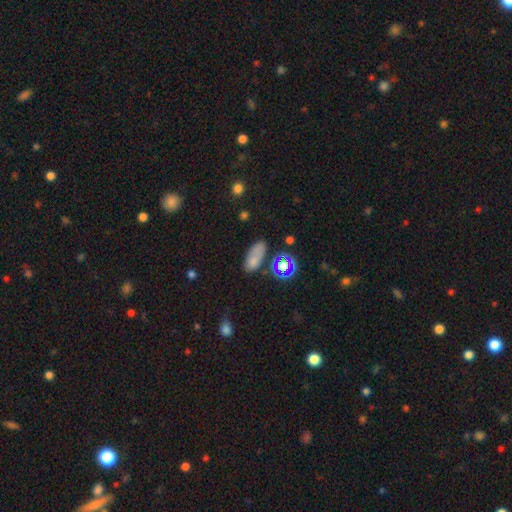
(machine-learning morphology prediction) Smooth or featured: smooth — 70% (star or artifact — 19%)
How rounded: in between — 81% (cigar-shaped — 11%)
Merging: none — 64% (minor disturbance — 21%)